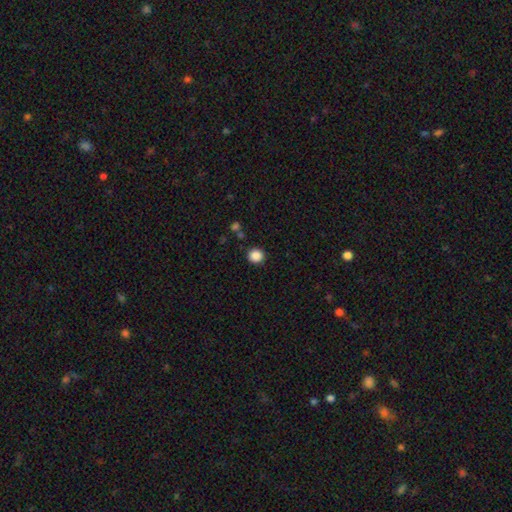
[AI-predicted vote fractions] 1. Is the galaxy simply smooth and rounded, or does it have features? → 87% smooth, 10% star or artifact, 3% featured or disk.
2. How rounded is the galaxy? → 91% round, 8% in between, 1% cigar-shaped.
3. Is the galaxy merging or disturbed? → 90% none, 6% minor disturbance, 2% merger, 2% major disturbance.